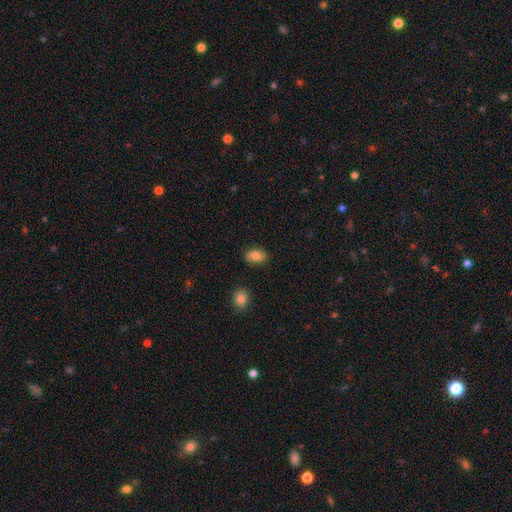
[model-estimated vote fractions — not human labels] This appears to be a smooth galaxy with no disk features (82%) that is in between round and cigar-shaped (89%). Merging: none (86%).